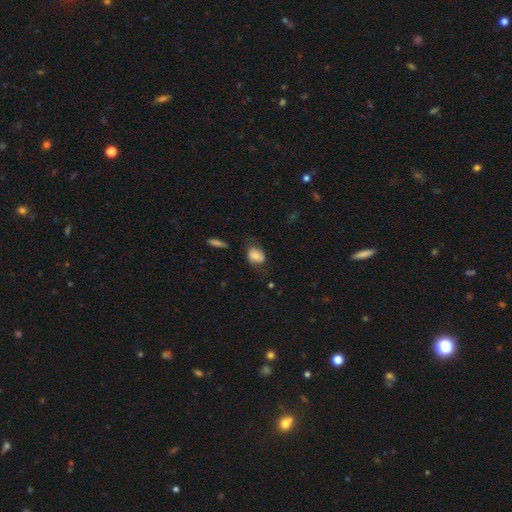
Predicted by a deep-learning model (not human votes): Overall: smooth (71%). How rounded: in between (67%; round 31%). Merging: none (62%; minor disturbance 25%).